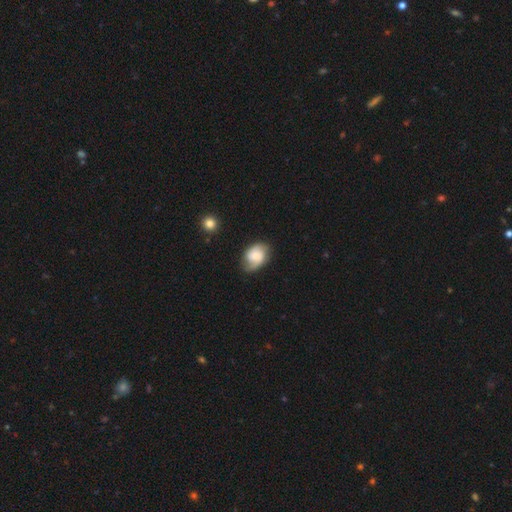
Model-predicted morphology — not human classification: Smooth or featured? Predicted: featured or disk (p=0.51). Edge-on disk? Predicted: no (p=0.97). Merging? Predicted: none (p=0.66).